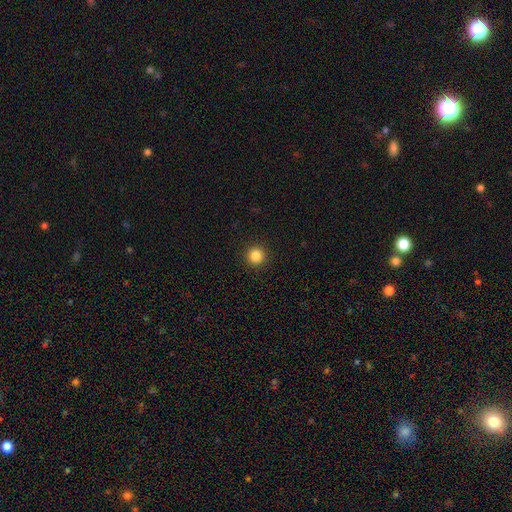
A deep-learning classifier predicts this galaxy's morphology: Smooth or featured? Predicted: smooth (p=0.85). How rounded? Predicted: round (p=0.96). Merging? Predicted: none (p=0.93).